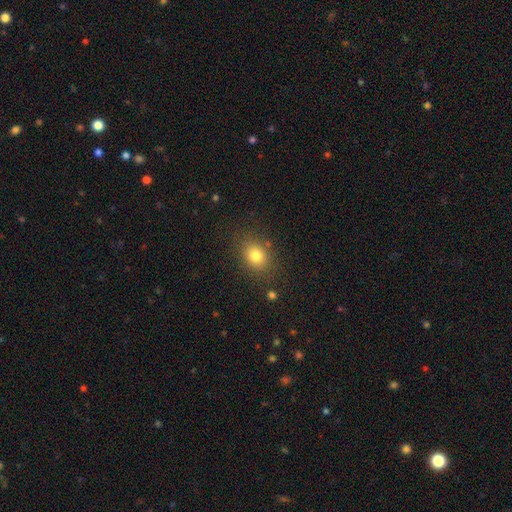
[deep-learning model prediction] A smooth galaxy with no disk features (79%) that is round (53%). Merging: none (82%).